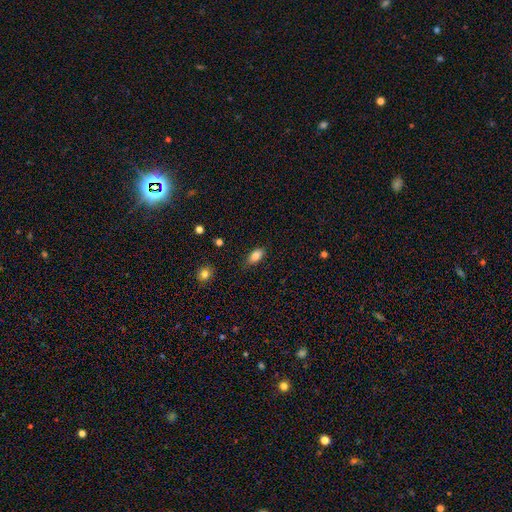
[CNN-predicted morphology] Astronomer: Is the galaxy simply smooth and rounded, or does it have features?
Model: smooth — 84%.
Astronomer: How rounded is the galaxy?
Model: in between — 89%.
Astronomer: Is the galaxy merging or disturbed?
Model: none — 79%.